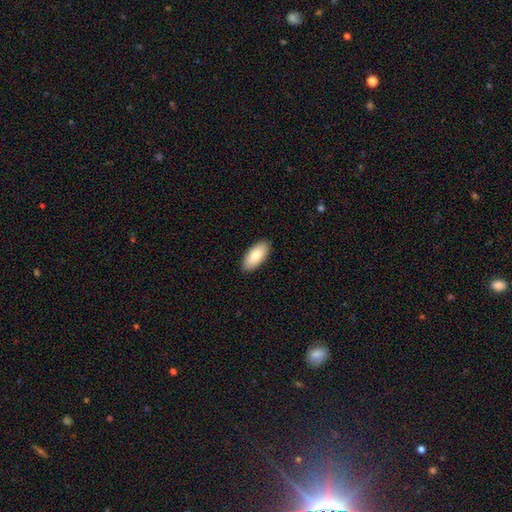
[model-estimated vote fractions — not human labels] smooth-or-featured: smooth: 80% | featured or disk: 14% | star or artifact: 6%
  how-rounded: in between: 91% | cigar-shaped: 6% | round: 2%
  merging: none: 90% | minor disturbance: 8% | major disturbance: 2% | merger: 1%